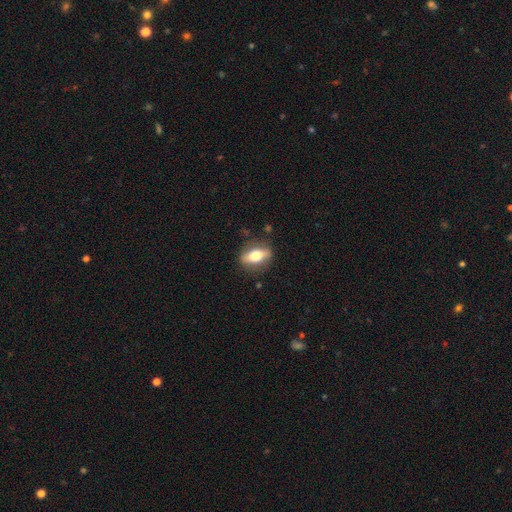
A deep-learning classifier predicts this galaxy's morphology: smooth_or_featured: smooth (p=0.58) [alt: featured or disk p=0.35]
how_rounded: in between (p=0.75) [alt: cigar-shaped p=0.14]
merging: none (p=0.82) [alt: minor disturbance p=0.13]